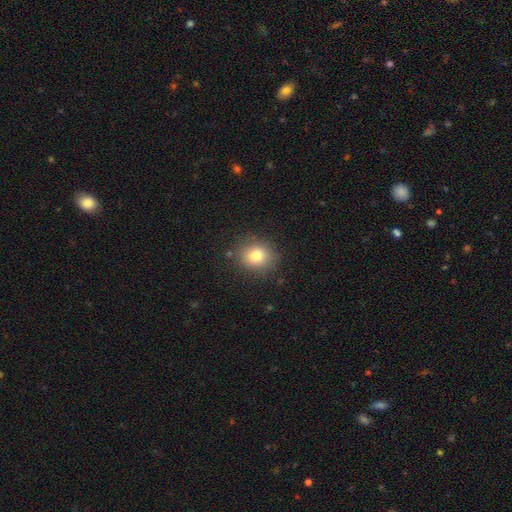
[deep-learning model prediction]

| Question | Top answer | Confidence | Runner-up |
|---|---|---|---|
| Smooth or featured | smooth | 78% | star or artifact (12%) |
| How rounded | round | 75% | in between (24%) |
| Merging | none | 84% | minor disturbance (11%) |